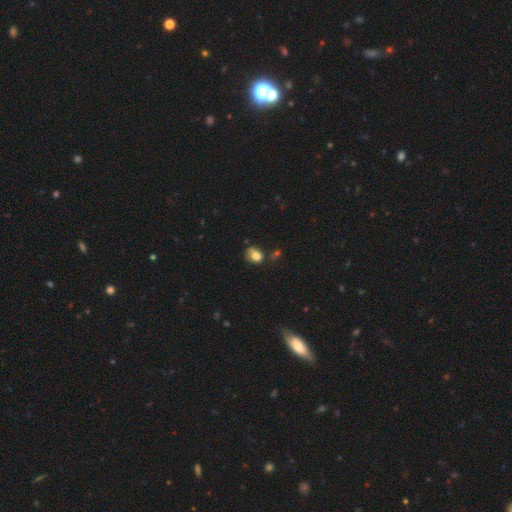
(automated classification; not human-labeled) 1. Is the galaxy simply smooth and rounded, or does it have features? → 77% smooth, 13% featured or disk, 10% star or artifact.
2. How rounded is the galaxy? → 50% in between, 49% round, 1% cigar-shaped.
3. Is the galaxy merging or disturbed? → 45% none, 30% minor disturbance, 13% major disturbance, 12% merger.